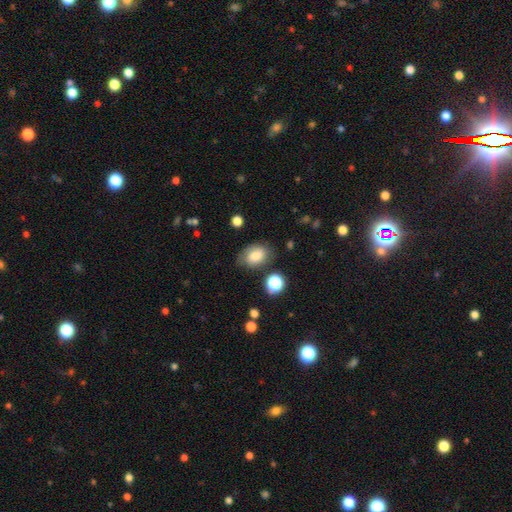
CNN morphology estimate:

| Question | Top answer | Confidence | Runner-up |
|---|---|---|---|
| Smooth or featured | smooth | 75% | featured or disk (14%) |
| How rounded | in between | 77% | round (22%) |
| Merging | none | 68% | minor disturbance (22%) |